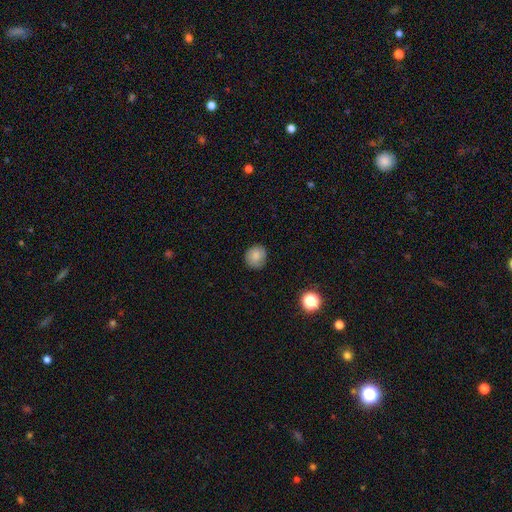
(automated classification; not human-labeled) A smooth galaxy with no disk features (81%) that is round (86%). Merging: none (86%).